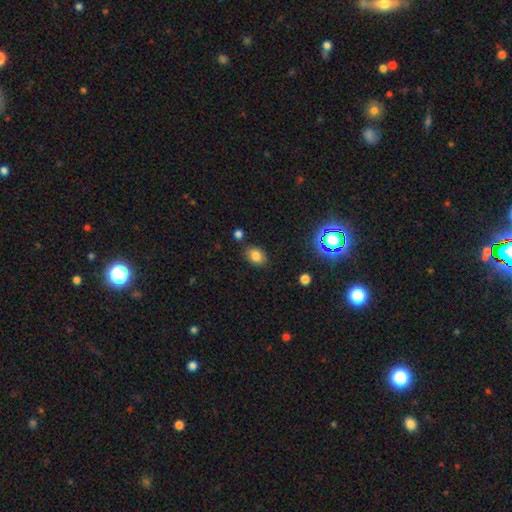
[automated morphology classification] This is clearly a smooth galaxy (80%). How rounded: likely in between (73%). Merging: likely none (79%).